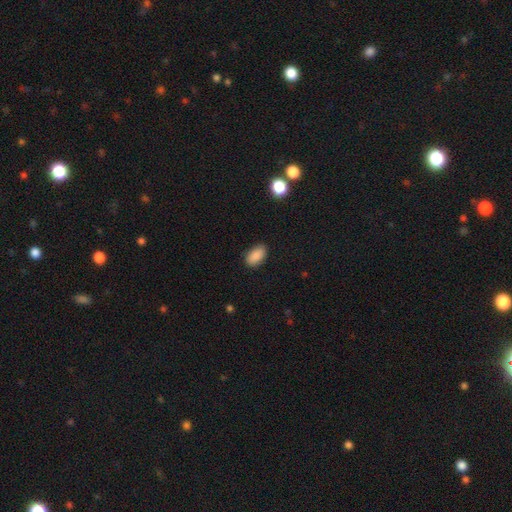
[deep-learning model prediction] Smooth or featured? Predicted: smooth (p=0.88). How rounded? Predicted: in between (p=0.93). Merging? Predicted: none (p=0.88).